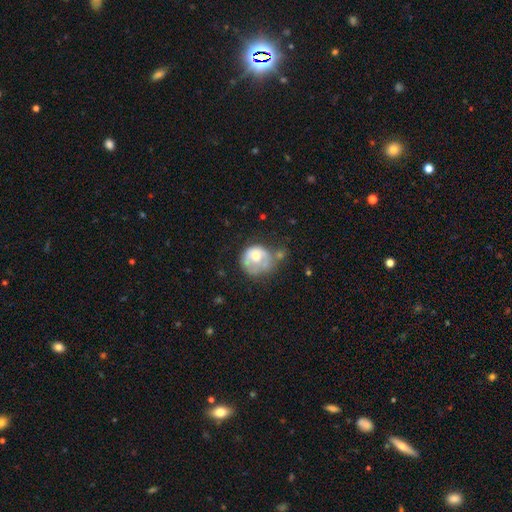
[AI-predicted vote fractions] Overall: smooth (56%; featured or disk 37%). How rounded: round (73%). Merging: none (32%; minor disturbance 29%).